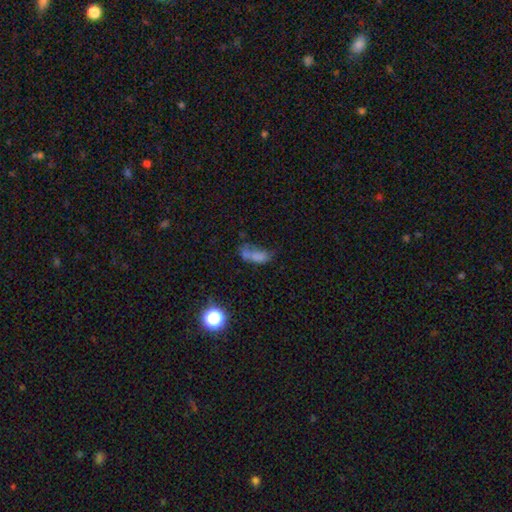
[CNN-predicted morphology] Smooth or featured: smooth — 60% (featured or disk — 21%)
How rounded: in between — 77% (cigar-shaped — 15%)
Merging: major disturbance — 30% (none — 27%)